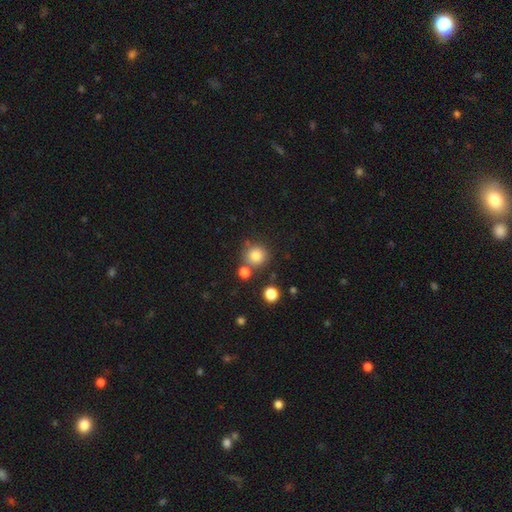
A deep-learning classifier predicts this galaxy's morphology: This appears to be a smooth galaxy with no disk features (82%) that is round (91%). Merging: none (73%).